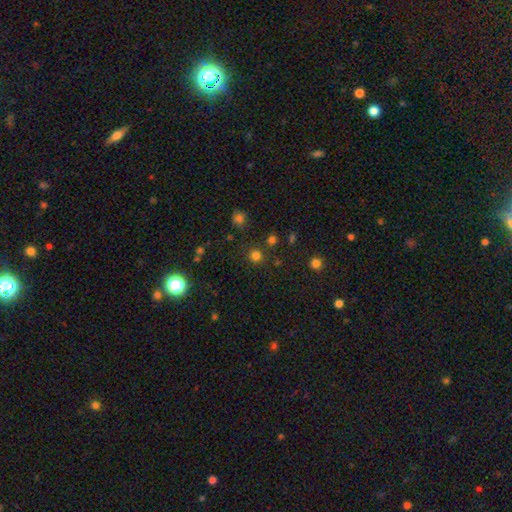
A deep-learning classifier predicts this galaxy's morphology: smooth-or-featured: smooth: 75% | star or artifact: 21% | featured or disk: 5%
  how-rounded: round: 93% | in between: 6% | cigar-shaped: 1%
  merging: none: 85% | minor disturbance: 7% | merger: 5% | major disturbance: 3%